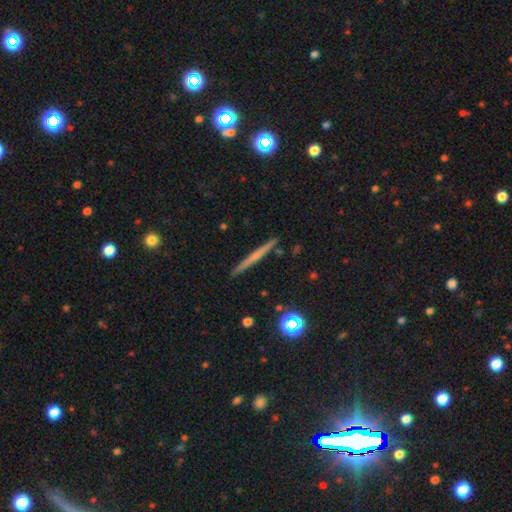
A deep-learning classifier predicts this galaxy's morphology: This appears to be a featured or disk galaxy (52%) viewed edge-on (97%) with no central bulge (71%). Merging: none (92%).